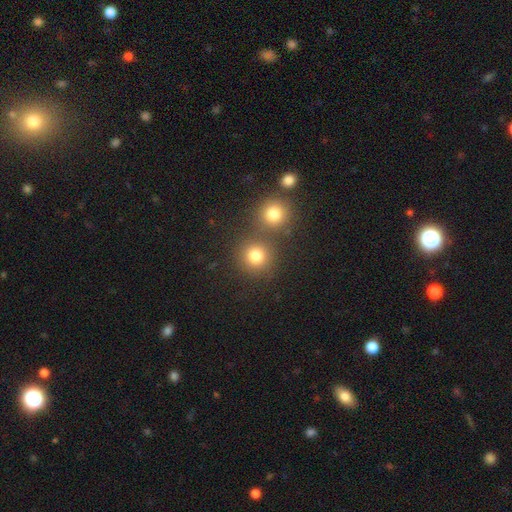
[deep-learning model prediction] A smooth galaxy with no disk features (79%) that is round (91%). Merging: none (65%).